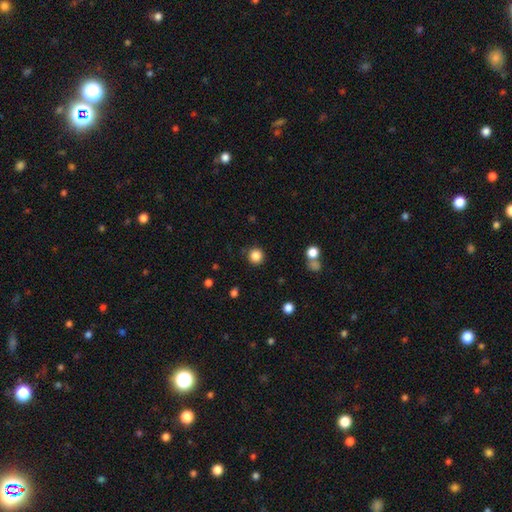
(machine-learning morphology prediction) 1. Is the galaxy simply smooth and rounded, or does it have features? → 85% smooth, 11% star or artifact, 4% featured or disk.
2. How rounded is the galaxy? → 94% round, 5% in between, 1% cigar-shaped.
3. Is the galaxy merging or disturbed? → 89% none, 7% minor disturbance, 2% major disturbance, 2% merger.